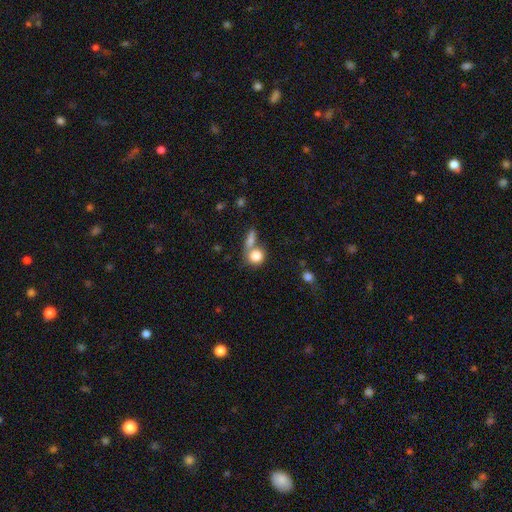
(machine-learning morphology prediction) A smooth galaxy with no disk features (82%) that is round (73%).

Vote fractions:
- Smooth or featured? smooth: 82% / featured or disk: 9% / star or artifact: 9%
- How rounded? round: 73% / in between: 25% / cigar-shaped: 3%
- Merging? merger: 46% / none: 39% / minor disturbance: 10% / major disturbance: 6%